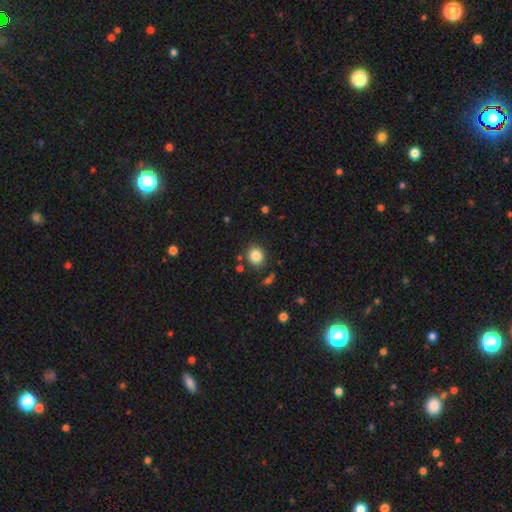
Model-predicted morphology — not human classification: A smooth galaxy with no disk features (84%) that is round (83%).

Vote fractions:
- Smooth or featured? smooth: 84% / star or artifact: 10% / featured or disk: 5%
- How rounded? round: 83% / in between: 16% / cigar-shaped: 1%
- Merging? none: 84% / minor disturbance: 9% / merger: 5% / major disturbance: 3%